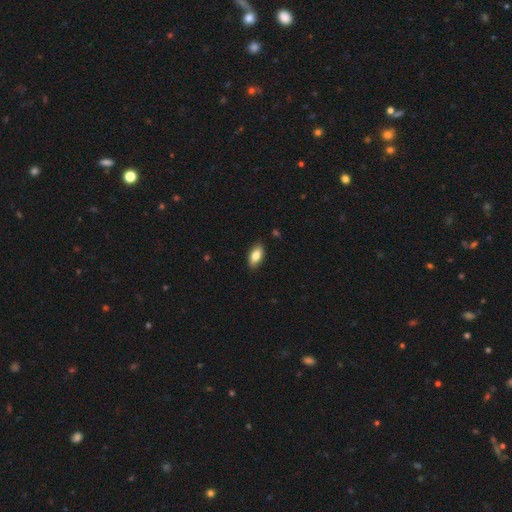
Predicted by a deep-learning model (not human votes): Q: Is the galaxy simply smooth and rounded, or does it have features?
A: smooth — 83%.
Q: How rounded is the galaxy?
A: in between — 90%.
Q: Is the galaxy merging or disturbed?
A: none — 87%.